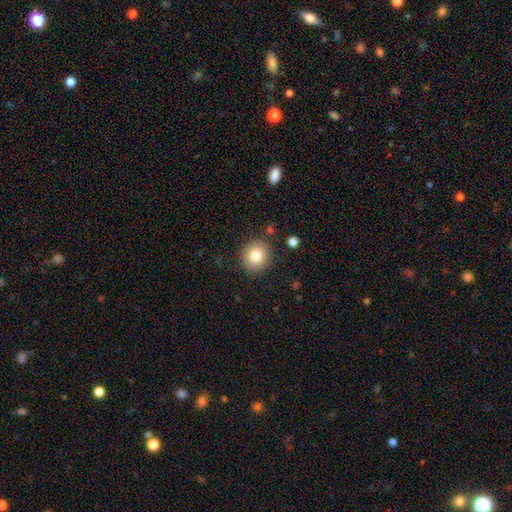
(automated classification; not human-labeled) Smooth or featured: smooth — 82% (star or artifact — 10%)
How rounded: round — 82% (in between — 17%)
Merging: none — 87% (minor disturbance — 9%)